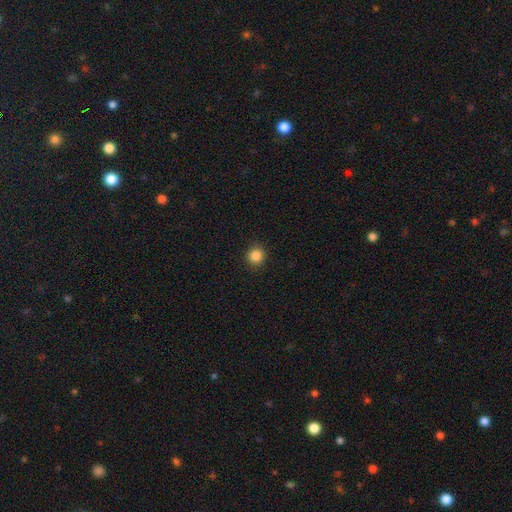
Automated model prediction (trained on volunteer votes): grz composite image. It shows a smooth galaxy with no disk features (85%) that is round (94%). Merging: none (92%).